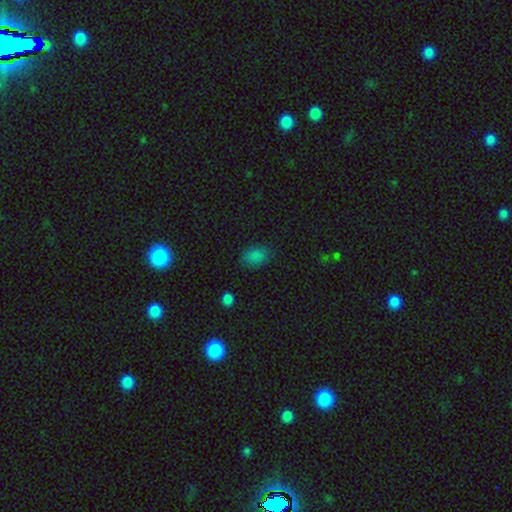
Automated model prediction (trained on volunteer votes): Q: Smooth or featured?
A: smooth (81%); runner-up: star or artifact (14%)
Q: How rounded?
A: in between (80%); runner-up: round (18%)
Q: Merging?
A: none (78%); runner-up: minor disturbance (17%)